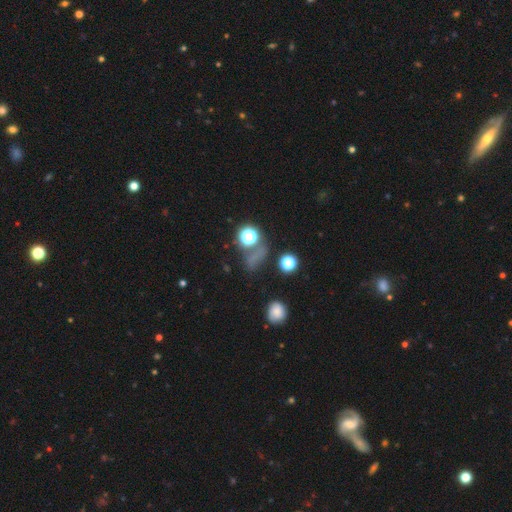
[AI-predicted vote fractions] Smooth or featured?
  - smooth: 46% *
  - star or artifact: 42%
  - featured or disk: 12%
Merging?
  - none: 51% *
  - major disturbance: 20%
  - minor disturbance: 17%
  - merger: 13%